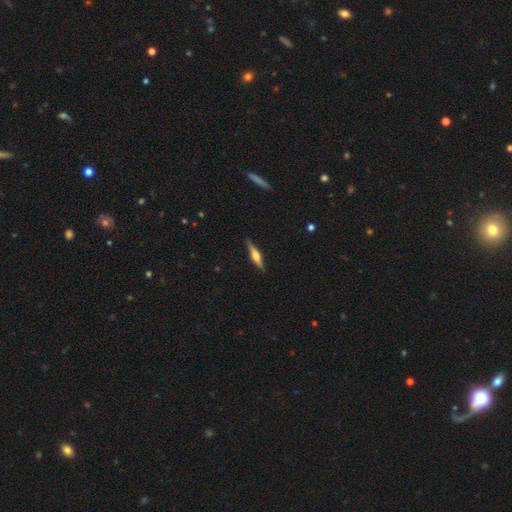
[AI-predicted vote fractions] Smooth or featured: featured or disk — 67% (smooth — 27%)
Edge-on disk: yes — 97% (no — 3%)
Edge-on bulge: rounded — 84% (boxy — 12%)
Merging: none — 87% (minor disturbance — 10%)